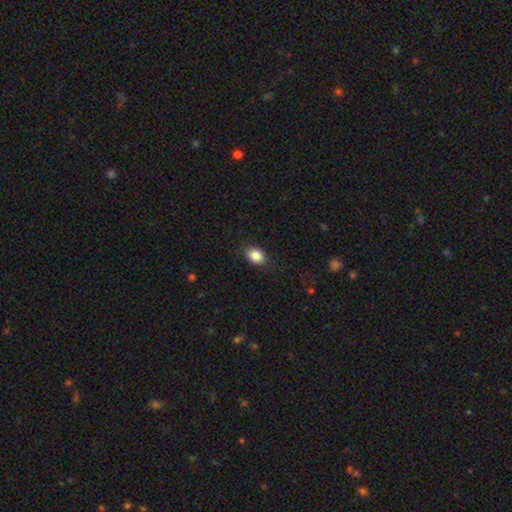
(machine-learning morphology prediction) The model was most divided on "how rounded": in between: 66%, round: 32%, cigar-shaped: 1%. More confident: smooth or featured — smooth (86%); merging — none (84%).